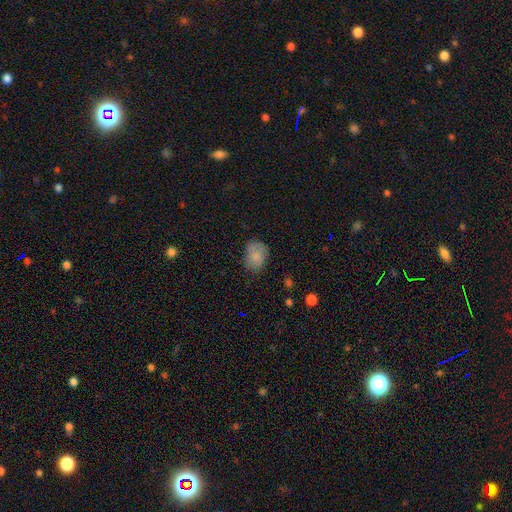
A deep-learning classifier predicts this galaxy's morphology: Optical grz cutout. It shows a smooth galaxy with no disk features (80%) that is in between round and cigar-shaped (64%). Merging: none (67%).